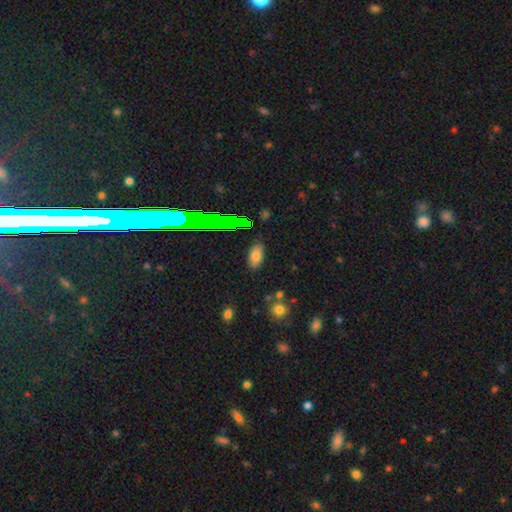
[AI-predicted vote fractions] smooth_or_featured: smooth (p=0.77) [alt: star or artifact p=0.13]
how_rounded: in between (p=0.90) [alt: cigar-shaped p=0.06]
merging: none (p=0.83) [alt: minor disturbance p=0.12]